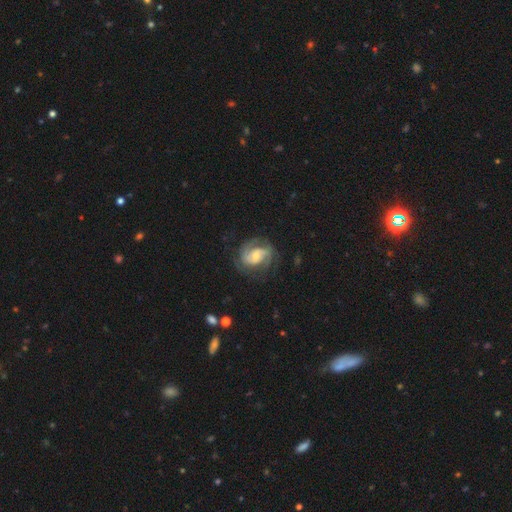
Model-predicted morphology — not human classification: This is clearly a featured or disk galaxy (84%). It is clearly not viewed edge-on (98%). Bar: possibly no (46%). Spiral arm pattern: clearly yes (96%). Spiral arm count: likely 2 (64%). Spiral winding: possibly medium (46%). Central bulge: marginally small (45%). Merging: likely none (70%).